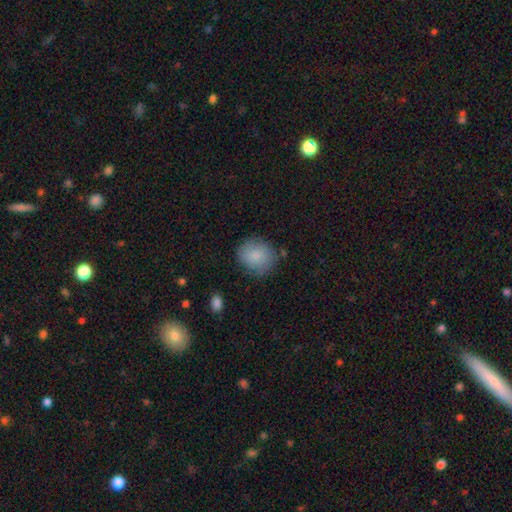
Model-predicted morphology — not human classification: Smooth or featured? Predicted: smooth (p=0.85). How rounded? Predicted: round (p=0.79). Merging? Predicted: none (p=0.77).